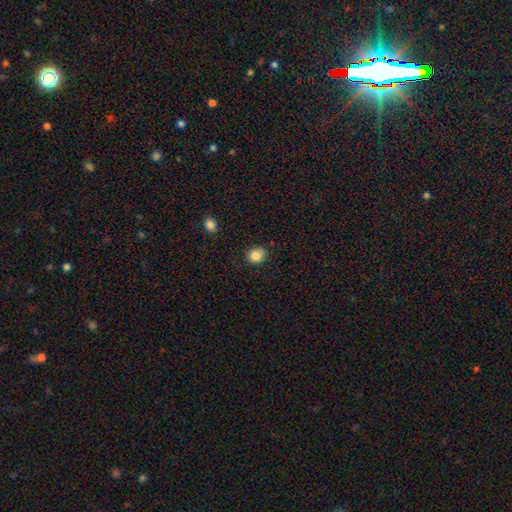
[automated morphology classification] smooth_or_featured: smooth (p=0.84) [alt: star or artifact p=0.10]
how_rounded: round (p=0.70) [alt: in between p=0.29]
merging: none (p=0.85) [alt: minor disturbance p=0.12]